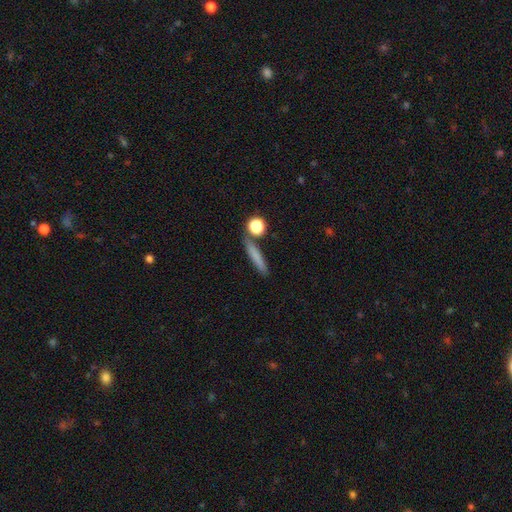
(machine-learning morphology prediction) Smooth or featured? Predicted: smooth (p=0.75). How rounded? Predicted: cigar-shaped (p=0.84). Merging? Predicted: none (p=0.78).